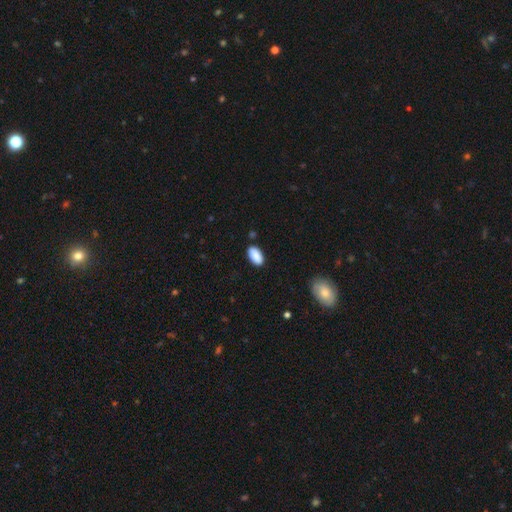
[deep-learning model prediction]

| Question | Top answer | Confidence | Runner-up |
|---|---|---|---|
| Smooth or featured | smooth | 90% | star or artifact (7%) |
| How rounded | in between | 93% | cigar-shaped (4%) |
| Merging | none | 85% | minor disturbance (12%) |